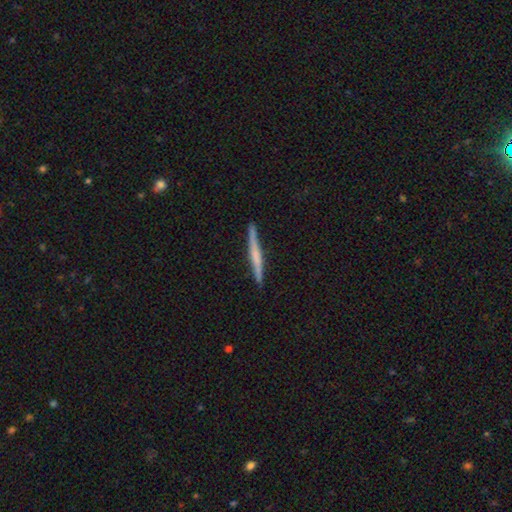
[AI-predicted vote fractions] smooth-or-featured: featured or disk: 57% | smooth: 38% | star or artifact: 6%
  disk-edge-on: yes: 97% | no: 3%
    edge-on-bulge: none: 45% | rounded: 38% | boxy: 16%
  merging: none: 90% | minor disturbance: 7% | major disturbance: 1% | merger: 1%